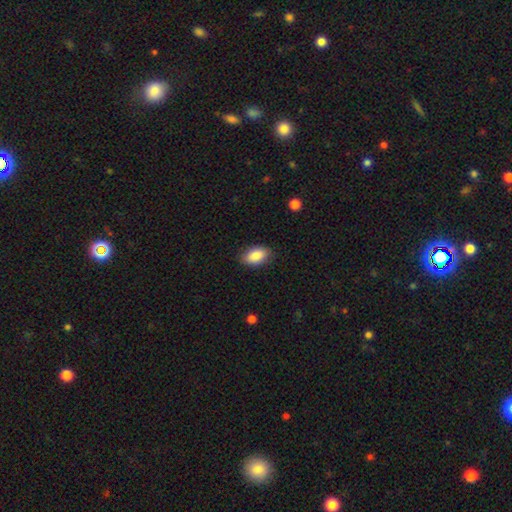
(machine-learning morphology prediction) This appears to be a smooth galaxy with no disk features (87%) that is in between round and cigar-shaped (92%). Merging: none (84%).